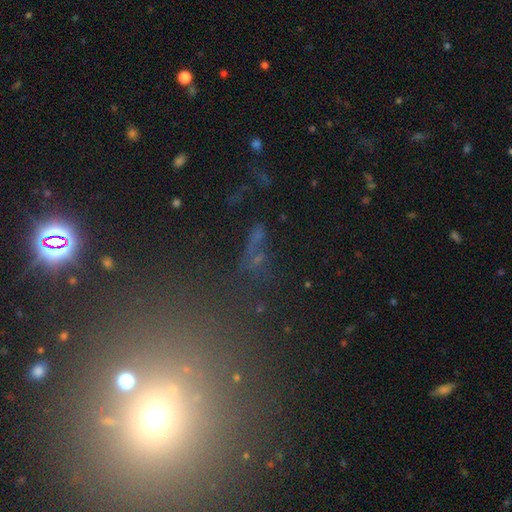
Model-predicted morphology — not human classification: Smooth or featured: star or artifact — 50% (smooth — 30%)